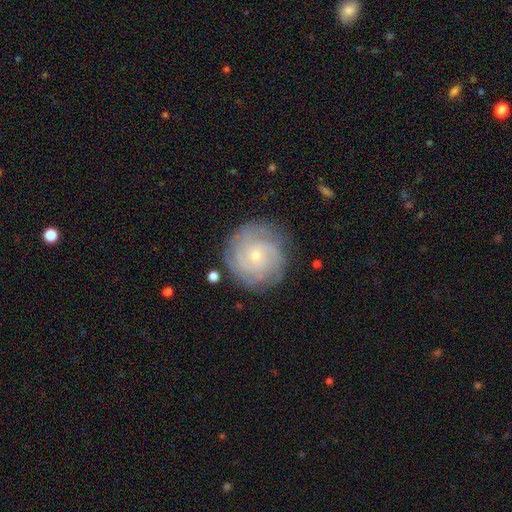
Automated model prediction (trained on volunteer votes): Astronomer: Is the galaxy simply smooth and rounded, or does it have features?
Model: featured or disk — 82%.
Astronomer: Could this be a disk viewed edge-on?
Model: no — 98%.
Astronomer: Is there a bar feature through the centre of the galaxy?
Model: no — 77%.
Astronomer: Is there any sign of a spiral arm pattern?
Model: yes — 96%.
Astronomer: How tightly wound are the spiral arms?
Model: tight — 76%.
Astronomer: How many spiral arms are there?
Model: can't tell — 26% (runner-up: 4, 25%).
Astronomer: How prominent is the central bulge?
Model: small — 78%.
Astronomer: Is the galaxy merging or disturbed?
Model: none — 84%.